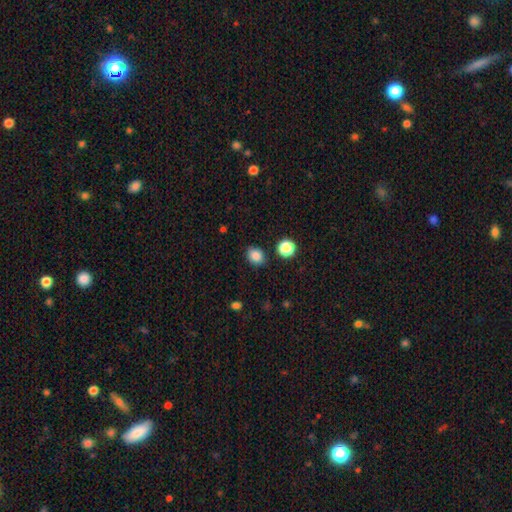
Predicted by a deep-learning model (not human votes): A smooth galaxy with no disk features (85%) that is round (53%).

Vote fractions:
- Smooth or featured? smooth: 85% / star or artifact: 11% / featured or disk: 4%
- How rounded? round: 53% / in between: 46% / cigar-shaped: 1%
- Merging? none: 84% / minor disturbance: 10% / merger: 3% / major disturbance: 3%